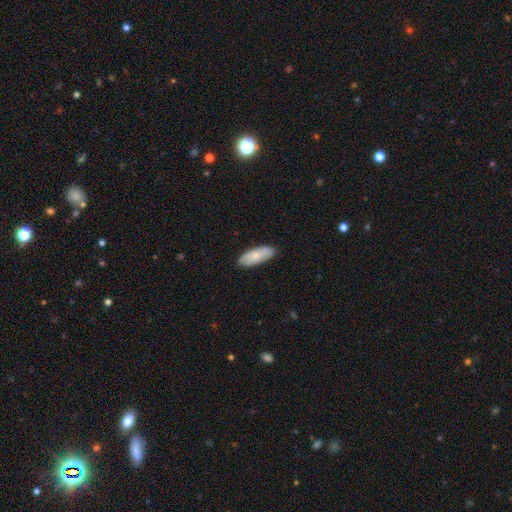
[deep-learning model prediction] smooth 74%, featured or disk 21%, star or artifact 5%. Down the decision tree: how rounded — in between (74%); merging — none (85%).